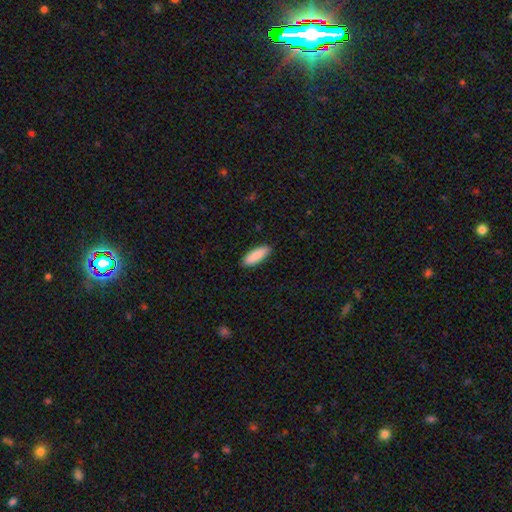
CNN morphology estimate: Smooth or featured: smooth — 89% (star or artifact — 6%)
How rounded: in between — 64% (cigar-shaped — 34%)
Merging: none — 89% (minor disturbance — 9%)